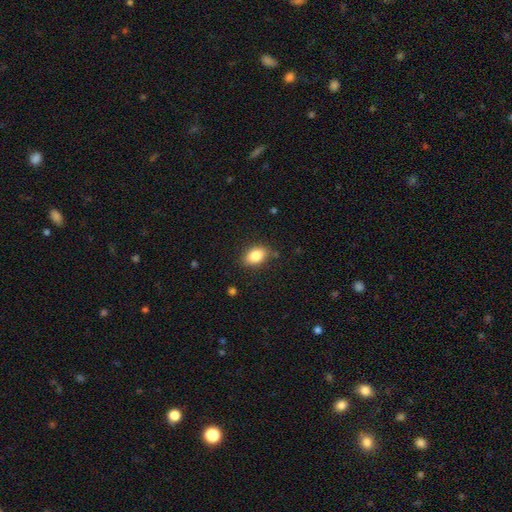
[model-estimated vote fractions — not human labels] This appears to be a smooth galaxy with no disk features (85%) that is in between round and cigar-shaped (85%). Merging: none (82%).